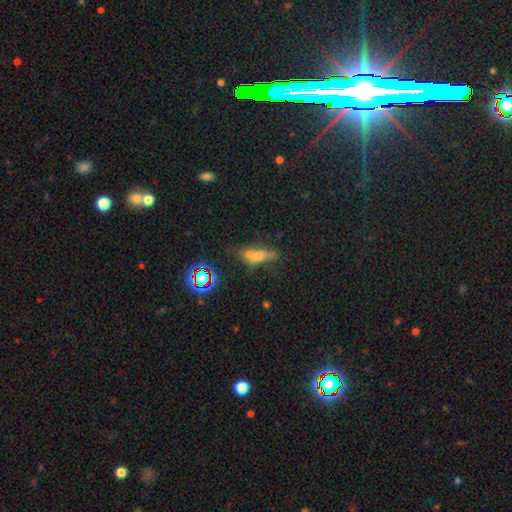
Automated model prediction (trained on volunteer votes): A smooth galaxy with no disk features (51%) that is in between round and cigar-shaped (55%).

Vote fractions:
- Smooth or featured? smooth: 51% / featured or disk: 26% / star or artifact: 23%
- How rounded? in between: 55% / cigar-shaped: 35% / round: 10%
- Merging? none: 35% / merger: 31% / minor disturbance: 19% / major disturbance: 15%